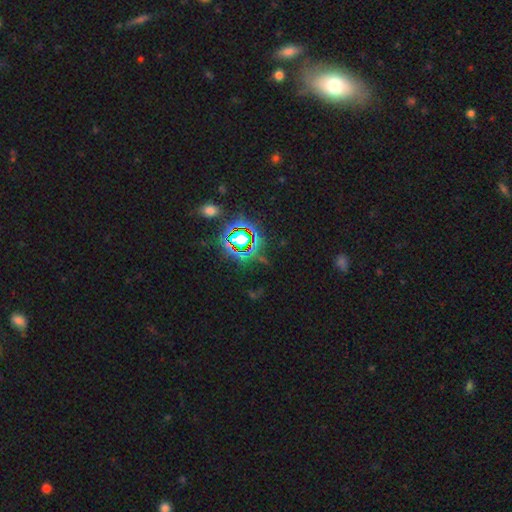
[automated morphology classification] Smooth or featured? star or artifact (72%)